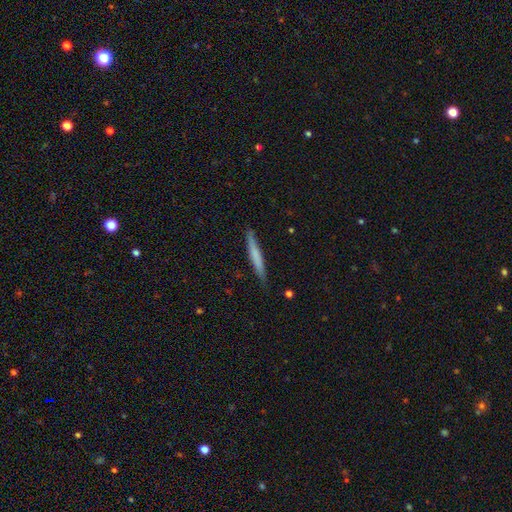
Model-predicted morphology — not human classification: The model was most divided on "smooth or featured": smooth: 61%, featured or disk: 33%, star or artifact: 6%. More confident: how rounded — cigar-shaped (96%); merging — none (85%).